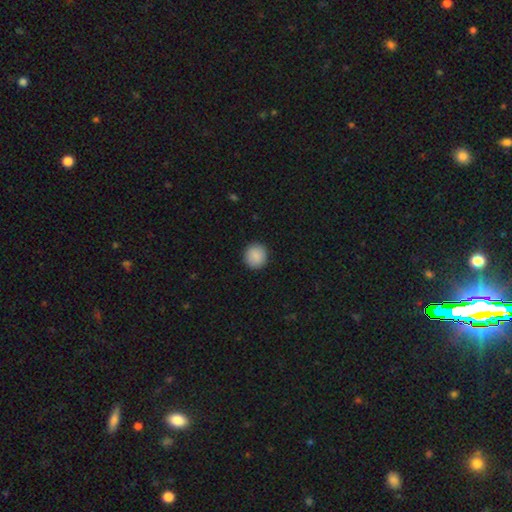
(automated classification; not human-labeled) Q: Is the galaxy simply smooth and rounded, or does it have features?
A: smooth — 90%.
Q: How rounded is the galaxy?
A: round — 93%.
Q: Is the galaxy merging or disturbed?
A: none — 92%.